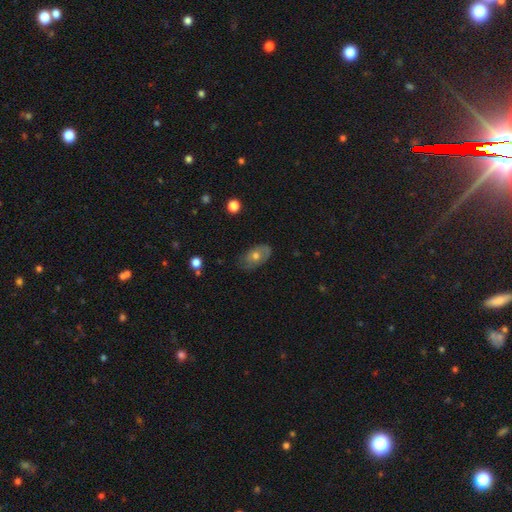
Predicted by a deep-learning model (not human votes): This appears to be a smooth galaxy with no disk features (53%) that is in between round and cigar-shaped (87%). Merging: none (69%).